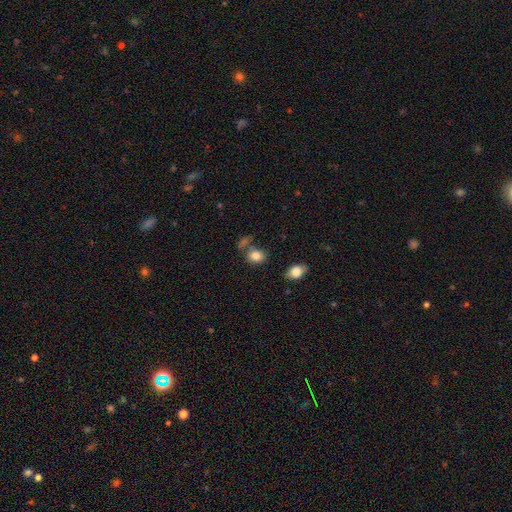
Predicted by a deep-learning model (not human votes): A smooth galaxy with no disk features (84%) that is in between round and cigar-shaped (54%). Merging: none (65%).